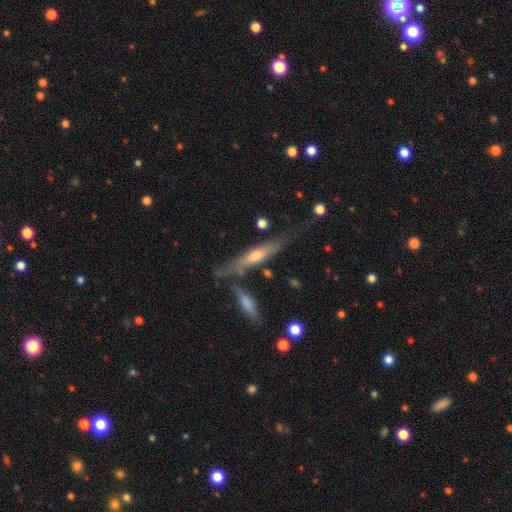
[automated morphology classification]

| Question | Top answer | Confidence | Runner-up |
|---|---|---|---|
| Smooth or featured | featured or disk | 64% | smooth (29%) |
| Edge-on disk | yes | 85% | no (15%) |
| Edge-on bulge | rounded | 72% | none (20%) |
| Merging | none | 60% | minor disturbance (20%) |